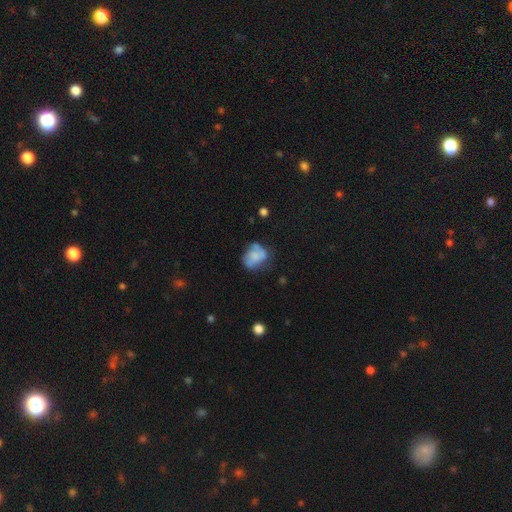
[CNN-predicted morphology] This appears to be a smooth galaxy with no disk features (54%) that is in between round and cigar-shaped (57%). Merging: none (40%).